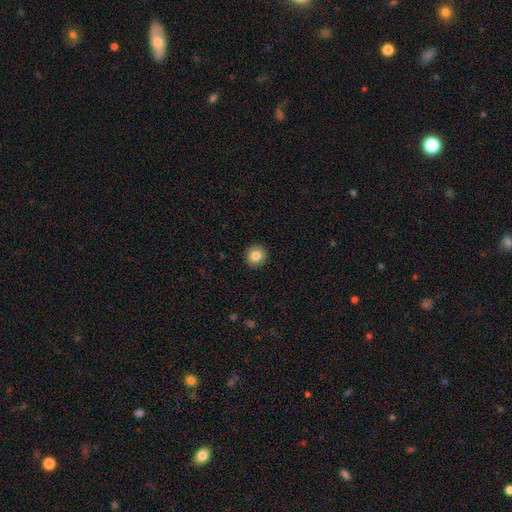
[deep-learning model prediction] This is clearly a smooth galaxy (84%). How rounded: clearly round (90%). Merging: clearly none (92%).